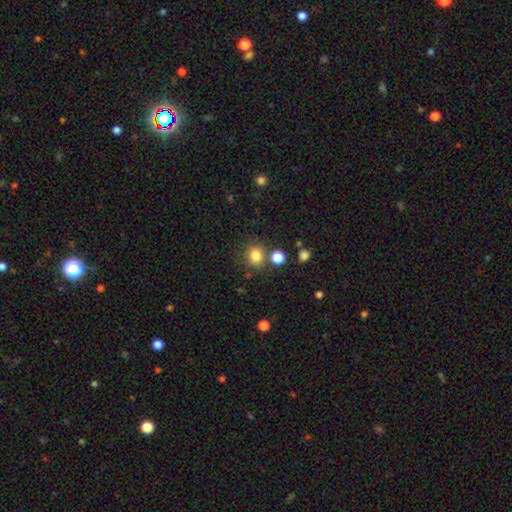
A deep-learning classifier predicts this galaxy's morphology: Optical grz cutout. It shows a smooth galaxy with no disk features (82%) that is round (79%). Merging: none (77%).